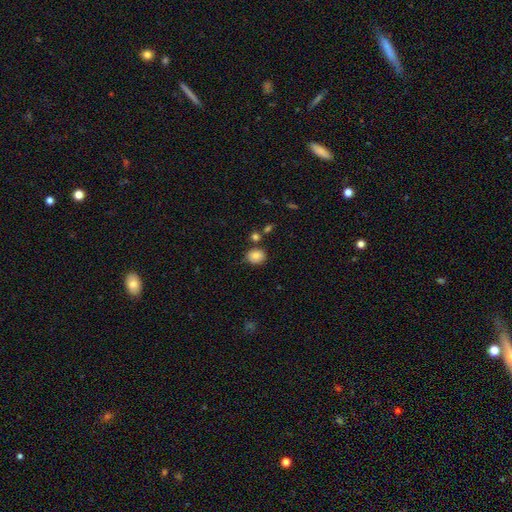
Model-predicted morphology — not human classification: A smooth galaxy with no disk features (83%) that is round (70%). Merging: none (76%).